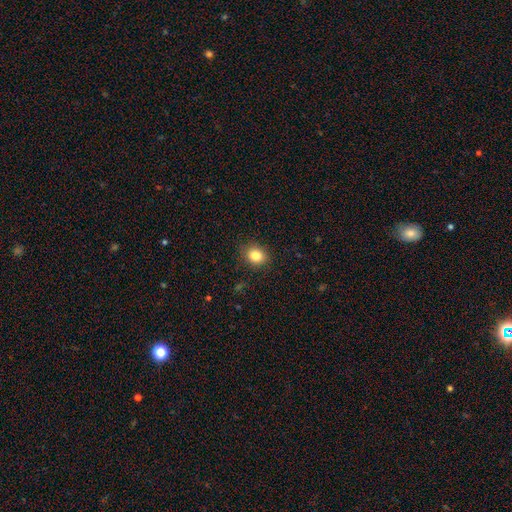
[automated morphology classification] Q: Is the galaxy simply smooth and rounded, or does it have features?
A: smooth — 83%.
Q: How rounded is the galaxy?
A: round — 64%.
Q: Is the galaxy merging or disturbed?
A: none — 87%.